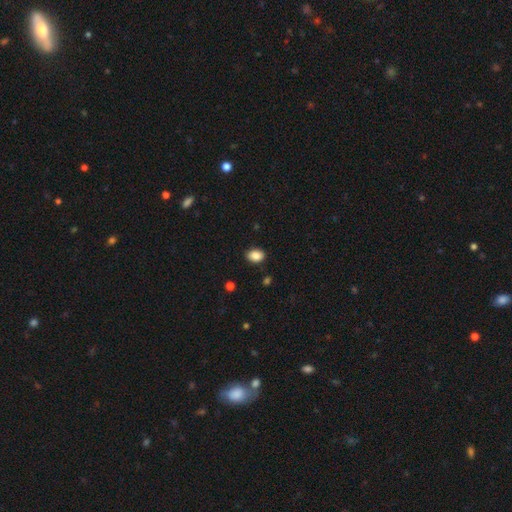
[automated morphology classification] Overall: smooth (88%). How rounded: in between (67%; round 32%). Merging: none (88%).